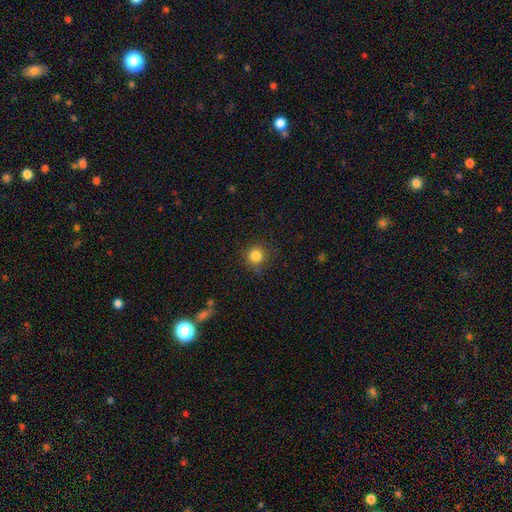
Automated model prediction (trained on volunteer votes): Morphology: type=smooth (84%); roundness=round (93%); merging=none (83%).